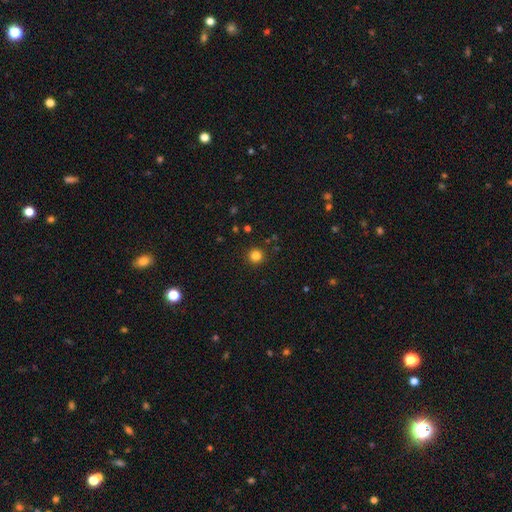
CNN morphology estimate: Smooth or featured? Predicted: smooth (p=0.83). How rounded? Predicted: round (p=0.95). Merging? Predicted: none (p=0.92).